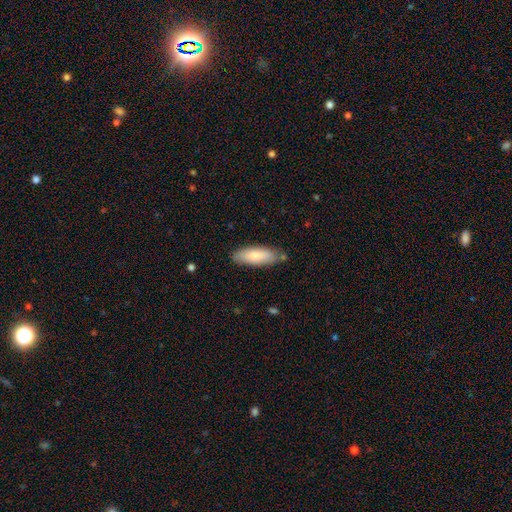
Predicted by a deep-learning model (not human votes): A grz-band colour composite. It shows a smooth galaxy with no disk features (80%) that is in between round and cigar-shaped (63%). Merging: none (79%).